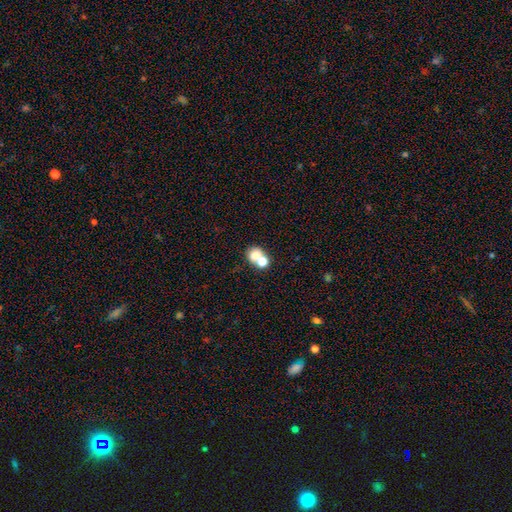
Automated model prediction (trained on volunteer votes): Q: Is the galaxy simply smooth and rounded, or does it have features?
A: smooth — 71%.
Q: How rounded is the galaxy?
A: round — 69%.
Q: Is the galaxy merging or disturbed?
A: merger — 57%.